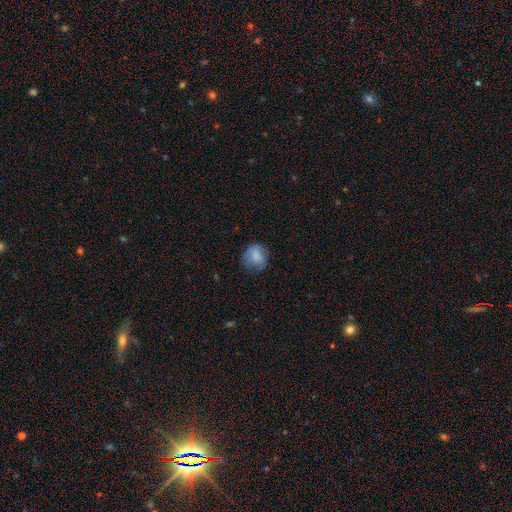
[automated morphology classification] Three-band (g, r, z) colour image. It shows a smooth galaxy with no disk features (76%) that is round (72%). Merging: none (64%).